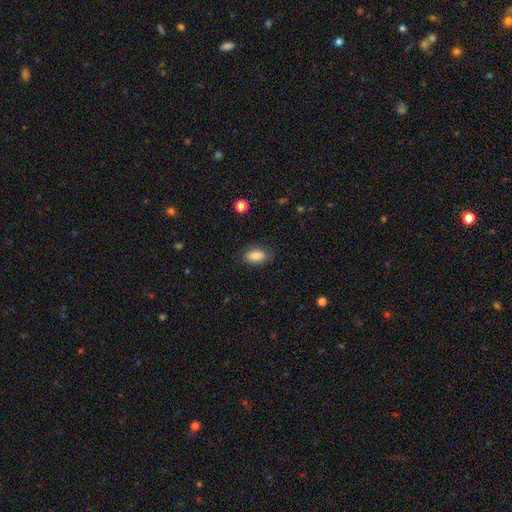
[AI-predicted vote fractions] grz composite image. It shows a smooth galaxy with no disk features (84%) that is in between round and cigar-shaped (86%). Merging: none (82%).